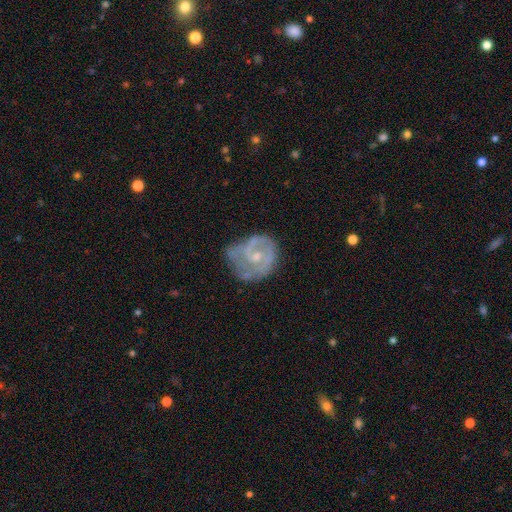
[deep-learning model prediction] Smooth or featured? Predicted: featured or disk (p=0.73). Edge-on disk? Predicted: no (p=0.98). Bar? Predicted: no (p=0.59). Spiral arms? Predicted: yes (p=0.76). Spiral winding? Predicted: tight (p=0.47). Spiral arm count? Predicted: 2 (p=0.46). Bulge size? Predicted: small (p=0.53). Merging? Predicted: none (p=0.47).